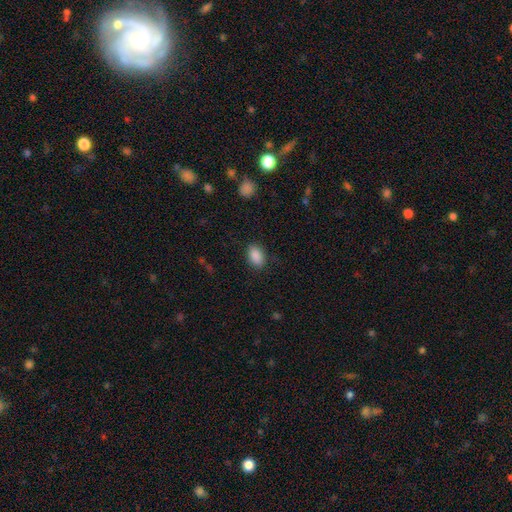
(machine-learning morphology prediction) A smooth galaxy with no disk features (89%) that is in between round and cigar-shaped (87%).

Vote fractions:
- Smooth or featured? smooth: 89% / star or artifact: 8% / featured or disk: 4%
- How rounded? in between: 87% / round: 12% / cigar-shaped: 1%
- Merging? none: 85% / minor disturbance: 11% / major disturbance: 3% / merger: 1%